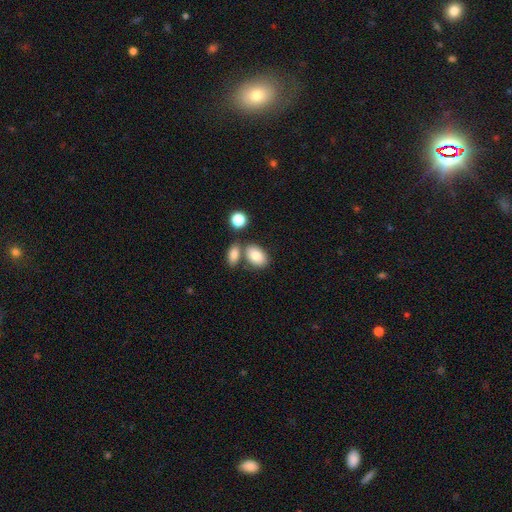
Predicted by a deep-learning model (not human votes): smooth-or-featured: smooth: 82% | featured or disk: 11% | star or artifact: 8%
  how-rounded: in between: 86% | round: 13% | cigar-shaped: 2%
  merging: none: 57% | merger: 27% | minor disturbance: 12% | major disturbance: 4%